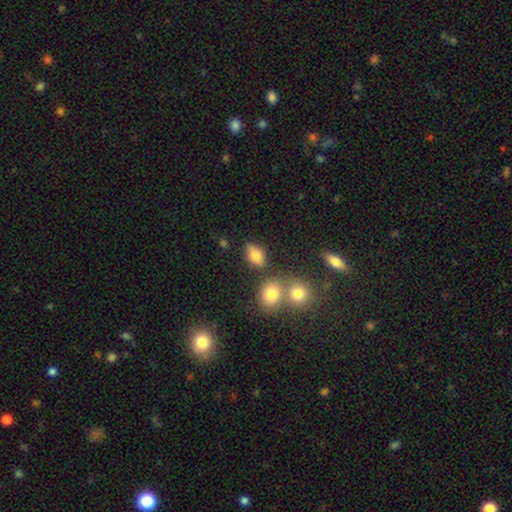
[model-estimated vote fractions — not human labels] Q: Smooth or featured?
A: smooth (76%); runner-up: featured or disk (13%)
Q: How rounded?
A: in between (78%); runner-up: round (17%)
Q: Merging?
A: none (70%); runner-up: minor disturbance (14%)